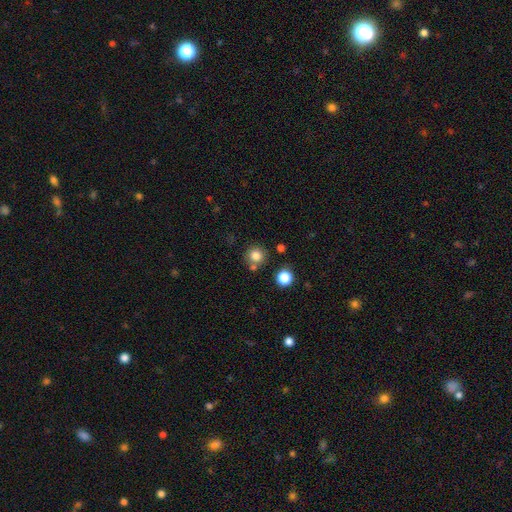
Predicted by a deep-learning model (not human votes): Smooth or featured? Predicted: smooth (p=0.81). How rounded? Predicted: round (p=0.92). Merging? Predicted: none (p=0.75).